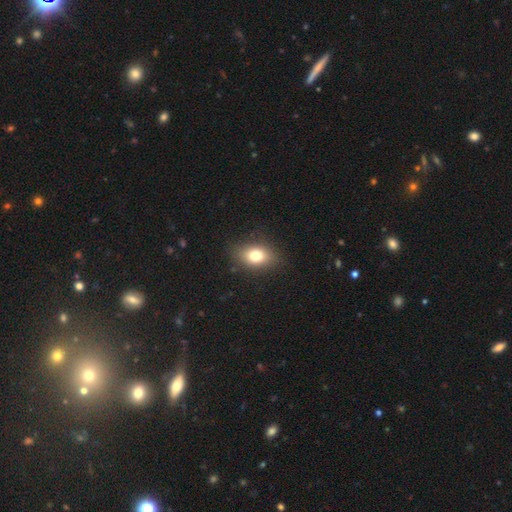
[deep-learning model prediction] Smooth or featured? smooth (76%)
How rounded? in between (75%)
Merging? none (85%)